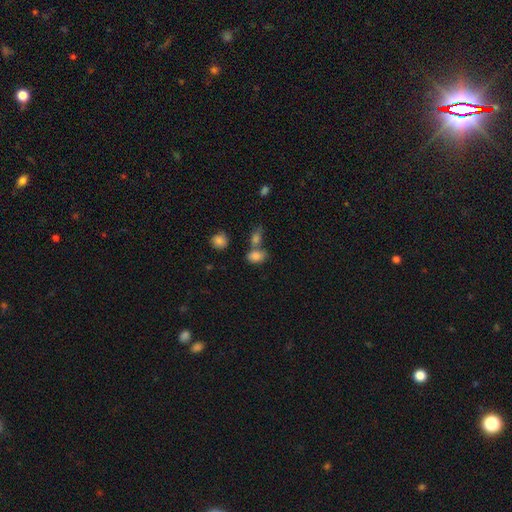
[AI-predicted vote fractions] Smooth or featured? Predicted: smooth (p=0.82). How rounded? Predicted: in between (p=0.81). Merging? Predicted: none (p=0.48).